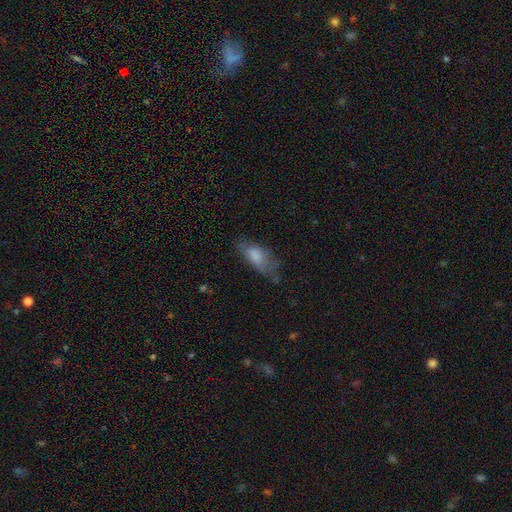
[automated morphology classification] Smooth or featured: smooth — 73% (featured or disk — 19%)
How rounded: in between — 75% (cigar-shaped — 22%)
Merging: none — 45% (minor disturbance — 31%)